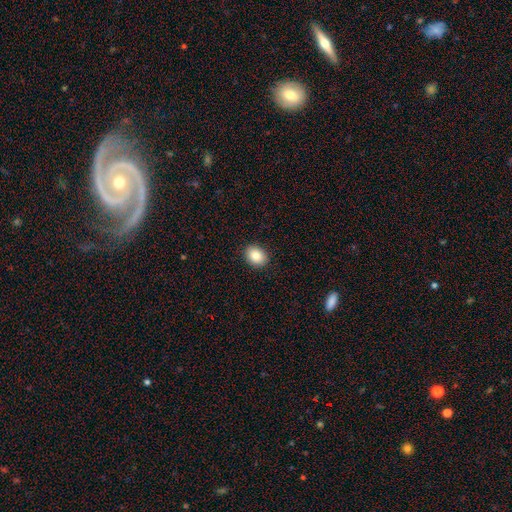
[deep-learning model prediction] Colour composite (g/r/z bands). It shows a smooth galaxy with no disk features (85%) that is in between round and cigar-shaped (58%). Merging: none (91%).